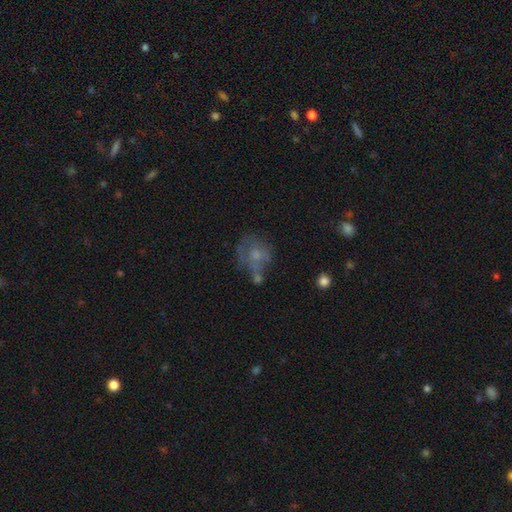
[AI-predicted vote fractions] smooth-or-featured: smooth: 45% | featured or disk: 44% | star or artifact: 11%
  merging: none: 36% | major disturbance: 25% | minor disturbance: 22% | merger: 17%